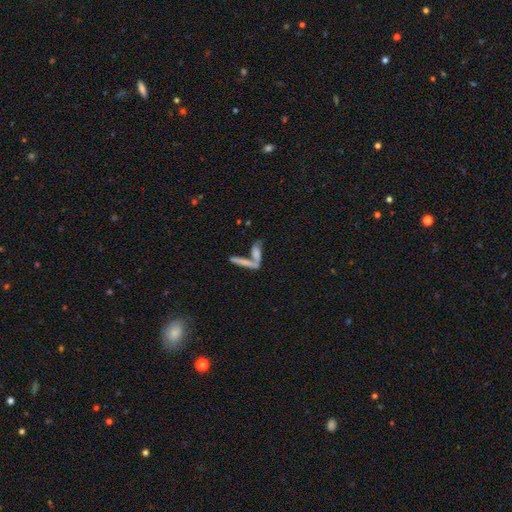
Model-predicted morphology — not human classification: This appears to be a smooth galaxy with no disk features (58%) that is cigar-shaped (69%). Merging: merger (52%).